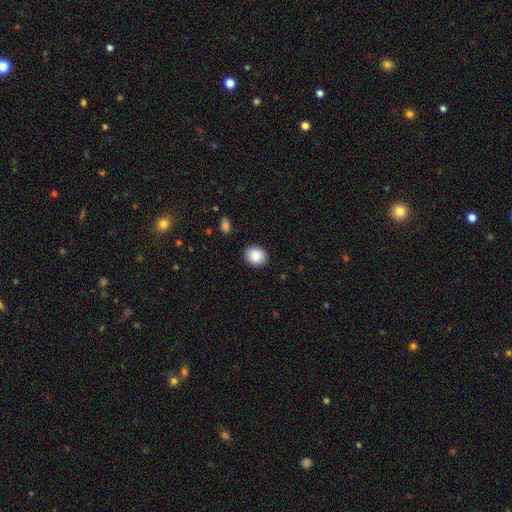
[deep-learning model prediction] Smooth or featured?
  - smooth: 89% *
  - star or artifact: 8%
  - featured or disk: 3%
How rounded?
  - round: 58% *
  - in between: 41%
  - cigar-shaped: 1%
Merging?
  - none: 89% *
  - minor disturbance: 8%
  - major disturbance: 2%
  - merger: 1%